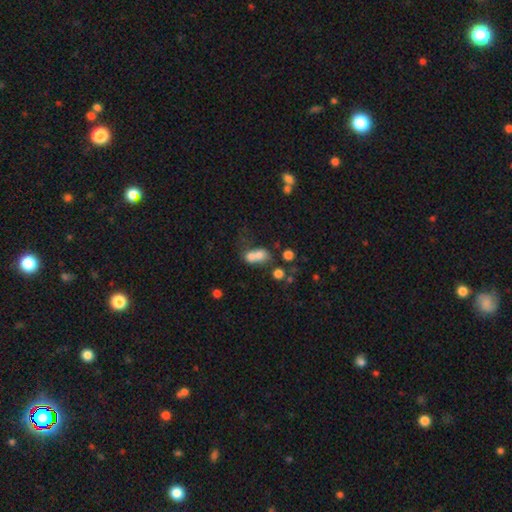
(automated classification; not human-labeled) Smooth or featured: smooth — 68% (featured or disk — 18%)
How rounded: in between — 49% (tied with round — 49%)
Merging: merger — 66% (none — 21%)